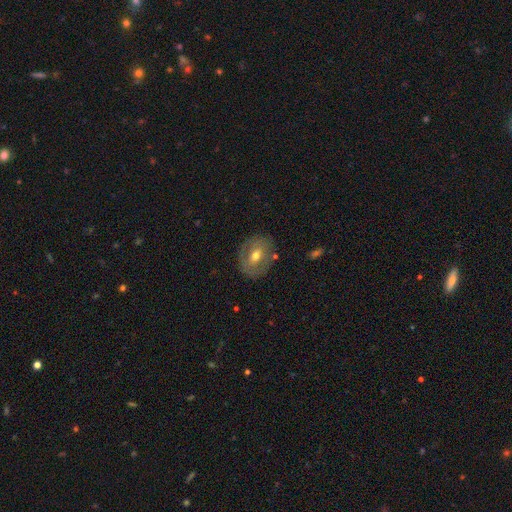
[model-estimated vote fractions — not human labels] A featured or disk galaxy (51%). Merging: none (78%).